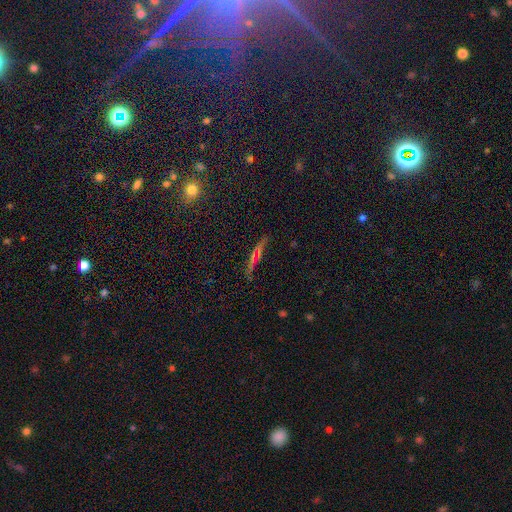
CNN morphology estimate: Smooth or featured? Predicted: smooth (p=0.39). Merging? Predicted: none (p=0.79).